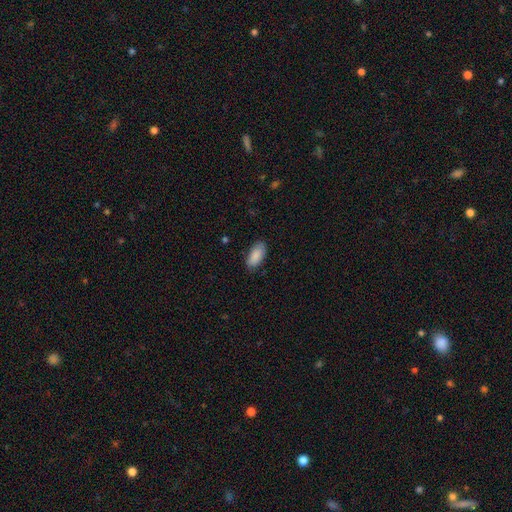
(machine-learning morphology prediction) Overall: smooth (89%). How rounded: in between (91%). Merging: none (81%).